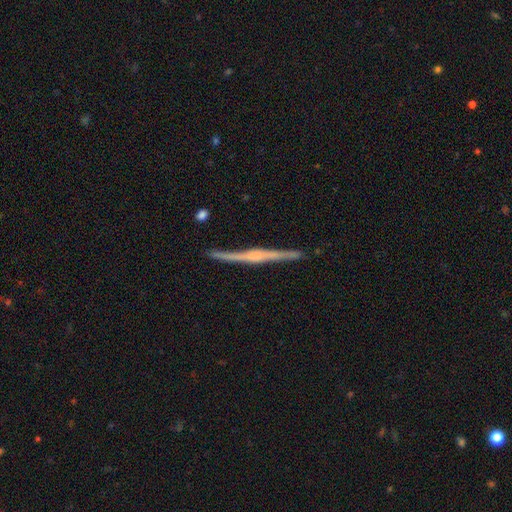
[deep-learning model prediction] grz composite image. It shows a featured or disk galaxy (81%) viewed edge-on (97%) with a rounded central bulge (49%). Merging: none (85%).